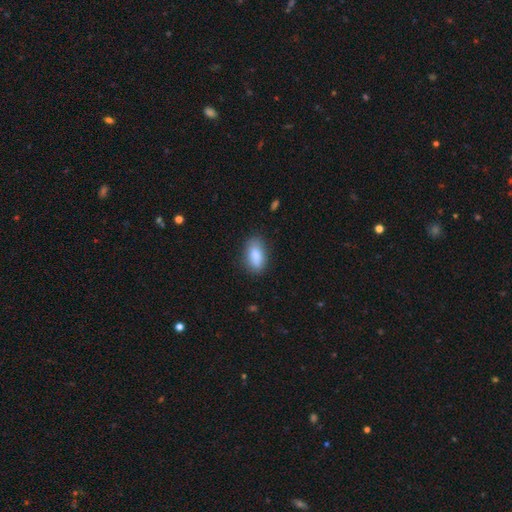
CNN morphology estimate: smooth 85%, featured or disk 8%, star or artifact 7%. Down the decision tree: how rounded — in between (89%); merging — none (81%).